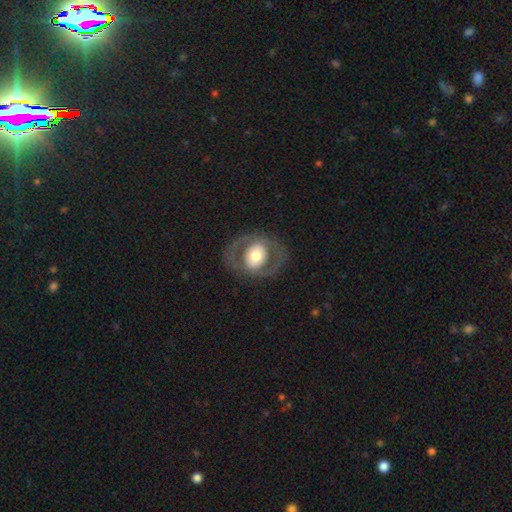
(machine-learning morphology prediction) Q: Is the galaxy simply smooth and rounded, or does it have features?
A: featured or disk — 59%.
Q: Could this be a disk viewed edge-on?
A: no — 95%.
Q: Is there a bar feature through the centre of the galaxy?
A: no — 69%.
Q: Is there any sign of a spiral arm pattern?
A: no — 67%.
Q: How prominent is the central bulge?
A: moderate — 50%.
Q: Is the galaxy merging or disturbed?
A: none — 76%.